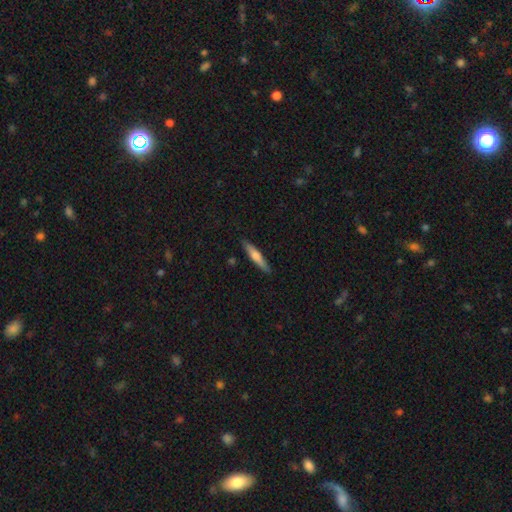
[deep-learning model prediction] Smooth or featured? Predicted: smooth (p=0.55). How rounded? Predicted: cigar-shaped (p=0.89). Merging? Predicted: none (p=0.88).